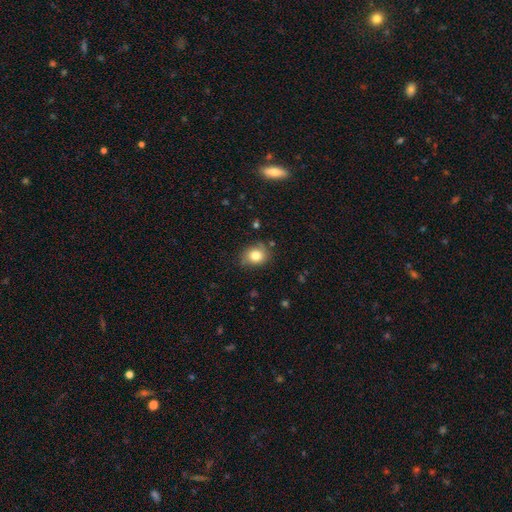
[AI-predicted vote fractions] The model was most divided on "how rounded": round: 60%, in between: 39%, cigar-shaped: 1%. More confident: smooth or featured — smooth (81%); merging — none (75%).